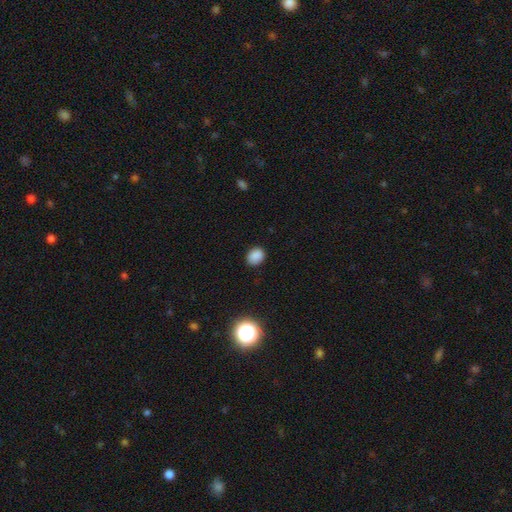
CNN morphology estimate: Overall: smooth (85%). How rounded: in between (52%; round 47%). Merging: none (84%).